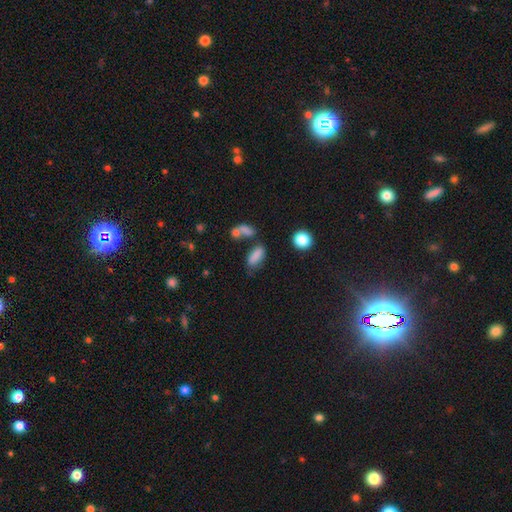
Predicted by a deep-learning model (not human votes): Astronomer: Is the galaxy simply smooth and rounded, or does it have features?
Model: smooth — 81%.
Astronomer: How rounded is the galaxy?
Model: in between — 77%.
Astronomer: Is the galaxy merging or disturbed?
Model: none — 55%.